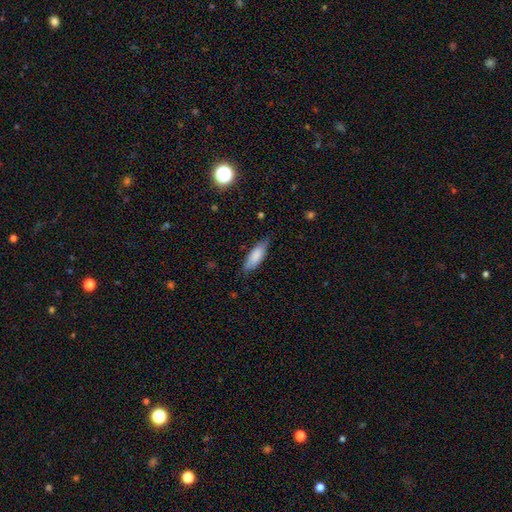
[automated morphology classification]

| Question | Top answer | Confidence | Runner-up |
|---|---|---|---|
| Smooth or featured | smooth | 84% | featured or disk (10%) |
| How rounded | in between | 61% | cigar-shaped (38%) |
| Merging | none | 77% | minor disturbance (19%) |